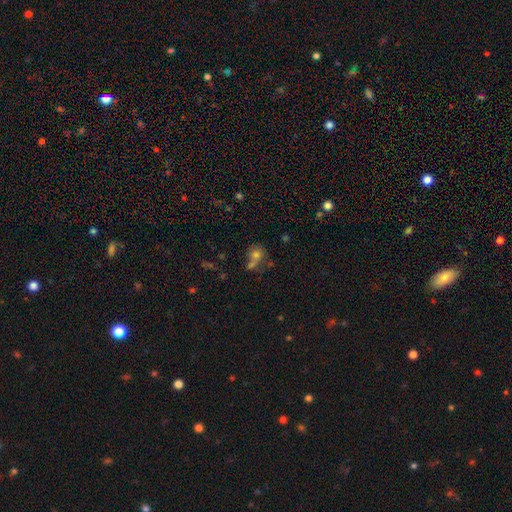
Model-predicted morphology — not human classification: Overall: smooth (60%; star or artifact 24%). How rounded: round (72%). Merging: none (44%; merger 35%).